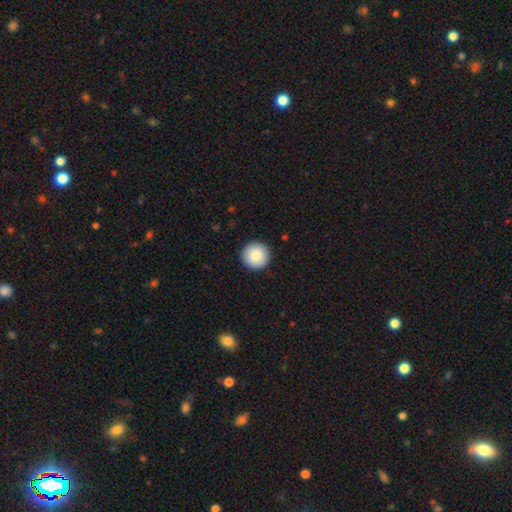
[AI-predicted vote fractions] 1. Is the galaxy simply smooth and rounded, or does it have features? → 86% smooth, 7% star or artifact, 6% featured or disk.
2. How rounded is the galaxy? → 97% round, 2% in between, 1% cigar-shaped.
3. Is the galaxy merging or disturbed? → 93% none, 5% minor disturbance, 1% major disturbance, 1% merger.